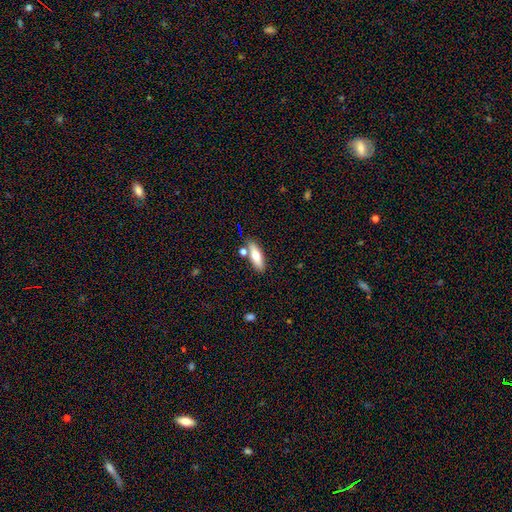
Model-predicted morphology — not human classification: The model was most divided on "how rounded": in between: 50%, cigar-shaped: 47%, round: 3%. More confident: merging — none (77%); smooth or featured — smooth (63%).